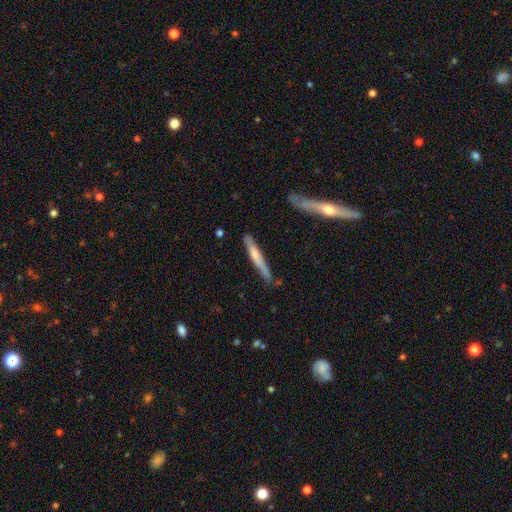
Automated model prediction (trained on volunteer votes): Overall: smooth (53%; featured or disk 42%). How rounded: cigar-shaped (95%). Merging: none (73%).